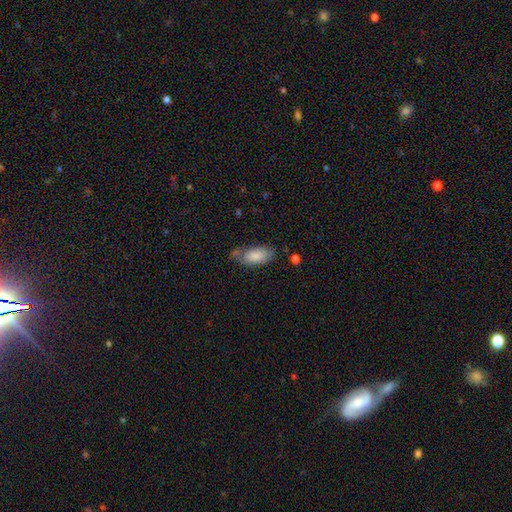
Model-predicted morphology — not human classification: Smooth or featured?
  - smooth: 84% *
  - featured or disk: 9%
  - star or artifact: 6%
How rounded?
  - in between: 90% *
  - cigar-shaped: 8%
  - round: 2%
Merging?
  - none: 55% *
  - minor disturbance: 30%
  - major disturbance: 9%
  - merger: 6%